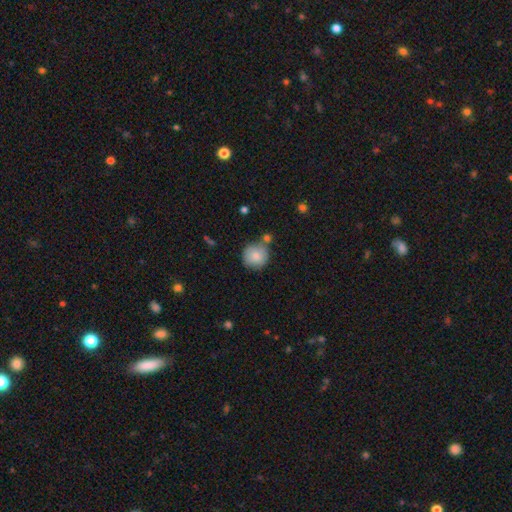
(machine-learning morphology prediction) Smooth or featured: smooth — 82% (featured or disk — 11%)
How rounded: round — 91% (in between — 8%)
Merging: none — 67% (minor disturbance — 16%)